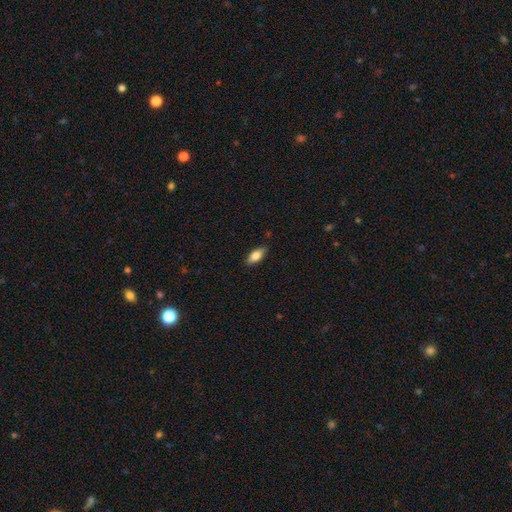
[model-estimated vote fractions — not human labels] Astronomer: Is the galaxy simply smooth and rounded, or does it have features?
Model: smooth — 80%.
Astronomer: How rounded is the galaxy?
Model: in between — 80%.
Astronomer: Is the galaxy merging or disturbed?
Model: none — 85%.